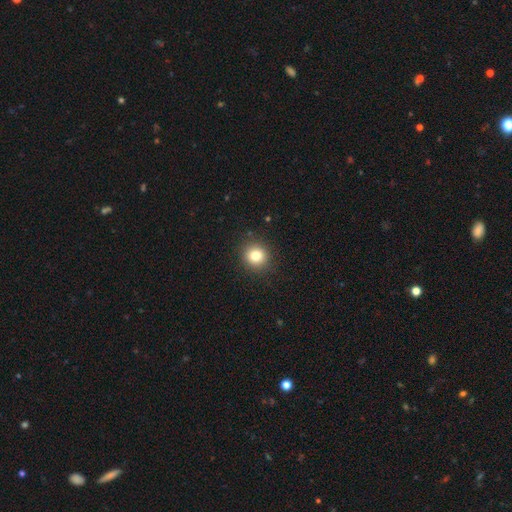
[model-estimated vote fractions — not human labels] smooth 81%, star or artifact 12%, featured or disk 7%. Down the decision tree: how rounded — round (89%); merging — none (90%).